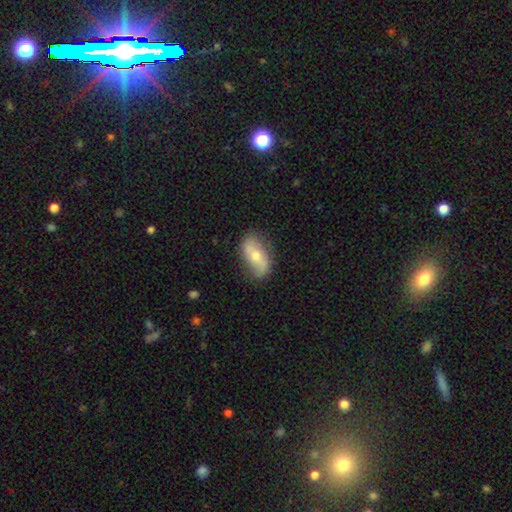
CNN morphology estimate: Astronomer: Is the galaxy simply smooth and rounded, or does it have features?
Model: smooth — 48% (runner-up: featured or disk, 46%).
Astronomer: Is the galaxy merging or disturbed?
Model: none — 76%.